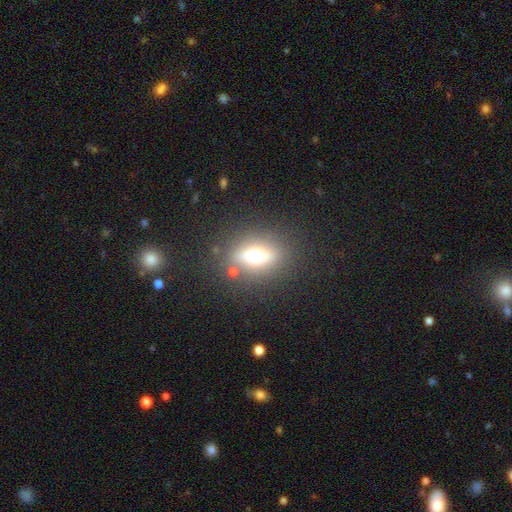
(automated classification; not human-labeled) This is possibly a smooth galaxy (52%). How rounded: likely in between (62%). Merging: clearly none (81%).